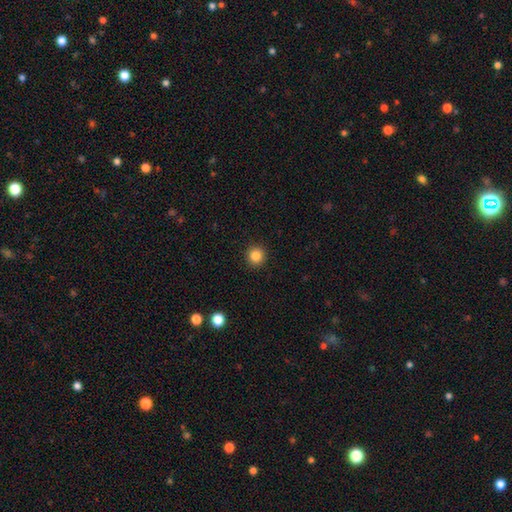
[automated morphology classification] type=smooth (84%); roundness=round (94%); merging=none (93%).